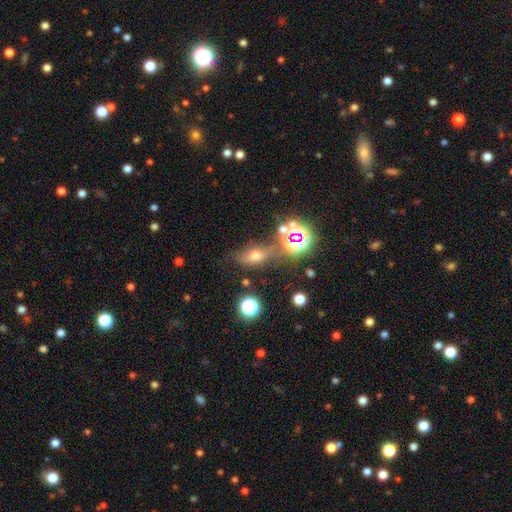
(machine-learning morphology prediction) This appears to be a smooth galaxy with no disk features (53%) that is in between round and cigar-shaped (65%). Merging: none (66%).